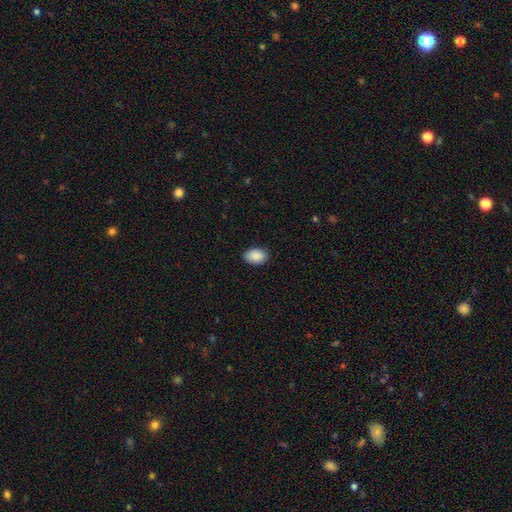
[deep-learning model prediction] smooth_or_featured: smooth (p=0.90) [alt: star or artifact p=0.07]
how_rounded: in between (p=0.88) [alt: round p=0.10]
merging: none (p=0.88) [alt: minor disturbance p=0.09]